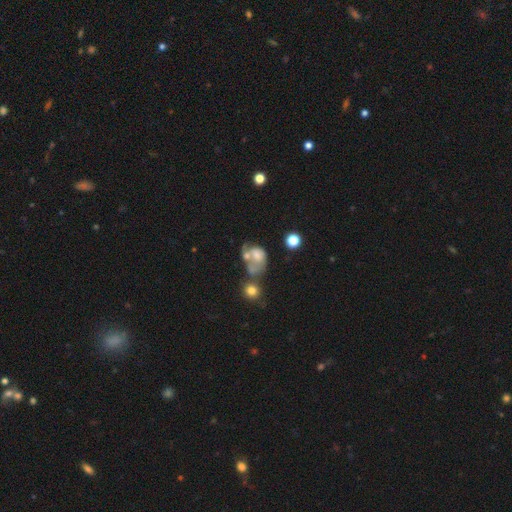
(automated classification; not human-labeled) A smooth galaxy with no disk features (48%). Merging: merger (43%).